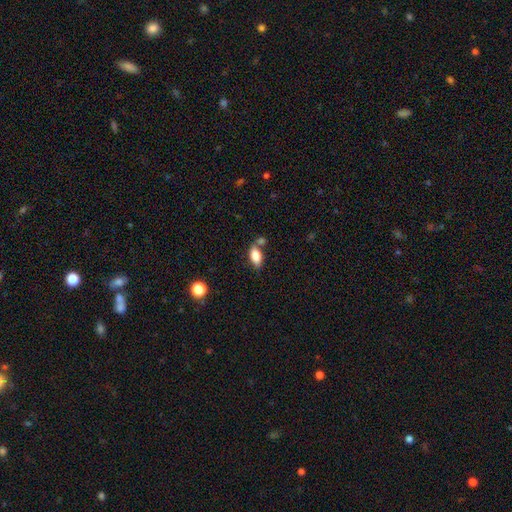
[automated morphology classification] This appears to be a smooth galaxy with no disk features (80%) that is in between round and cigar-shaped (88%). Merging: none (59%).